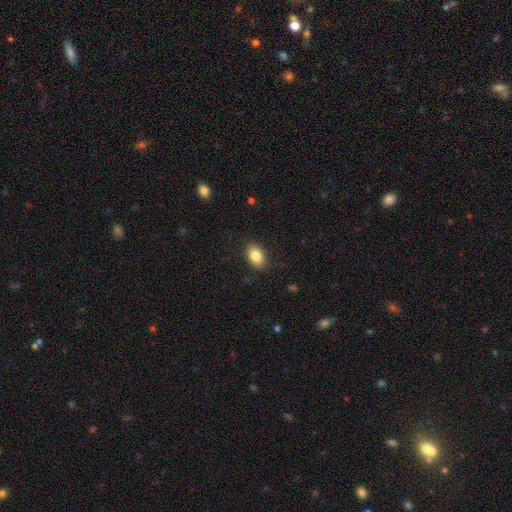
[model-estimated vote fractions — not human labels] A smooth galaxy with no disk features (85%) that is in between round and cigar-shaped (85%).

Vote fractions:
- Smooth or featured? smooth: 85% / star or artifact: 8% / featured or disk: 7%
- How rounded? in between: 85% / round: 14% / cigar-shaped: 1%
- Merging? none: 87% / minor disturbance: 10% / major disturbance: 2% / merger: 1%